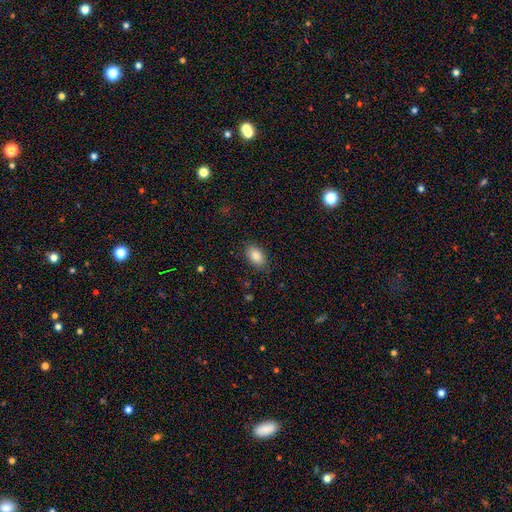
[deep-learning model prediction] The model was most divided on "merging": none: 85%, minor disturbance: 11%, major disturbance: 3%, merger: 1%. More confident: how rounded — in between (89%); smooth or featured — smooth (86%).